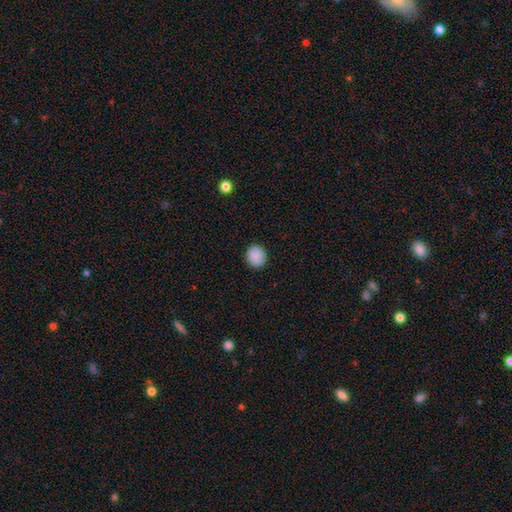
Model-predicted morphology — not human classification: smooth-or-featured: smooth: 90% | star or artifact: 8% | featured or disk: 3%
  how-rounded: round: 83% | in between: 16% | cigar-shaped: 1%
  merging: none: 92% | minor disturbance: 6% | major disturbance: 2% | merger: 1%